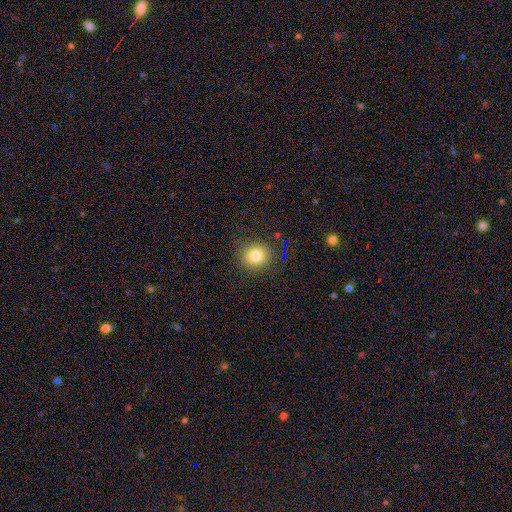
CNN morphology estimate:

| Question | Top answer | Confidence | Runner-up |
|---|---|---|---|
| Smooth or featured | smooth | 79% | star or artifact (13%) |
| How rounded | round | 84% | in between (15%) |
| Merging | none | 86% | minor disturbance (9%) |